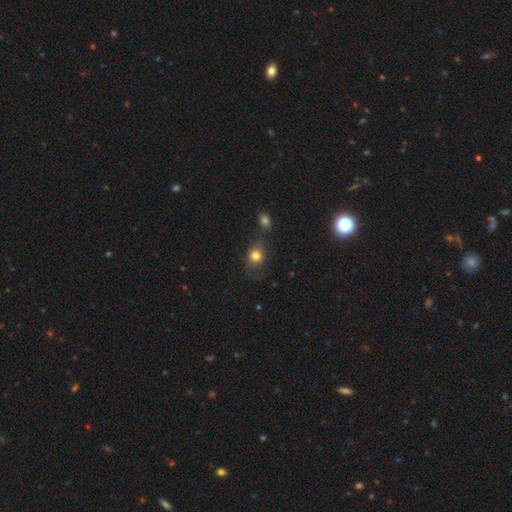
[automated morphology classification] A smooth galaxy with no disk features (80%) that is round (62%). Merging: none (62%).